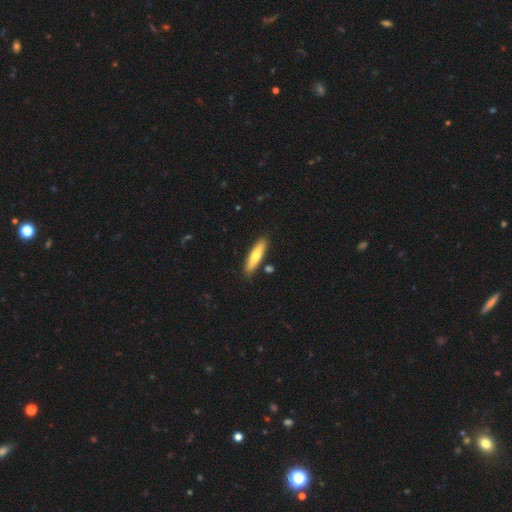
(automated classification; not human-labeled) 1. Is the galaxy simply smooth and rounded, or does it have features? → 69% smooth, 25% featured or disk, 6% star or artifact.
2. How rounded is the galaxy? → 73% cigar-shaped, 26% in between, 2% round.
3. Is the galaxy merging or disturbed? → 85% none, 9% minor disturbance, 4% merger, 2% major disturbance.